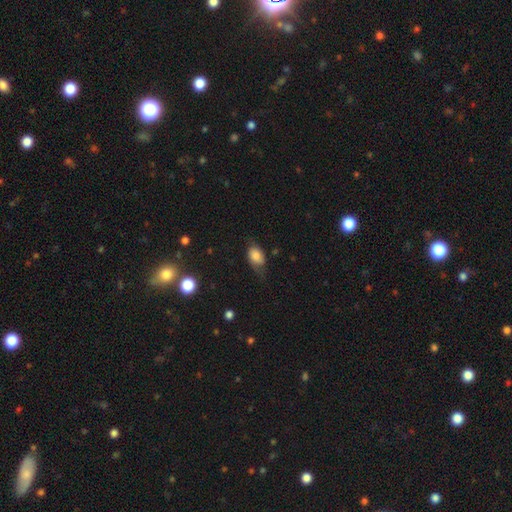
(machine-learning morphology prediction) Smooth or featured? smooth (73%)
How rounded? in between (84%)
Merging? none (52%)